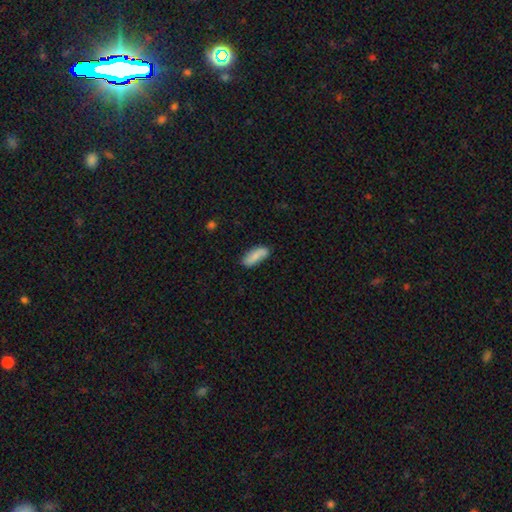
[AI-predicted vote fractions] Overall: smooth (78%). How rounded: in between (73%). Merging: none (76%).